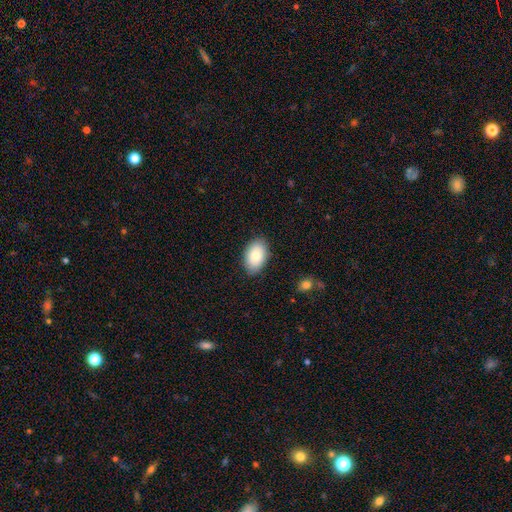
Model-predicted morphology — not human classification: Q: Smooth or featured?
A: smooth (81%); runner-up: featured or disk (12%)
Q: How rounded?
A: in between (90%); runner-up: round (8%)
Q: Merging?
A: none (86%); runner-up: minor disturbance (11%)